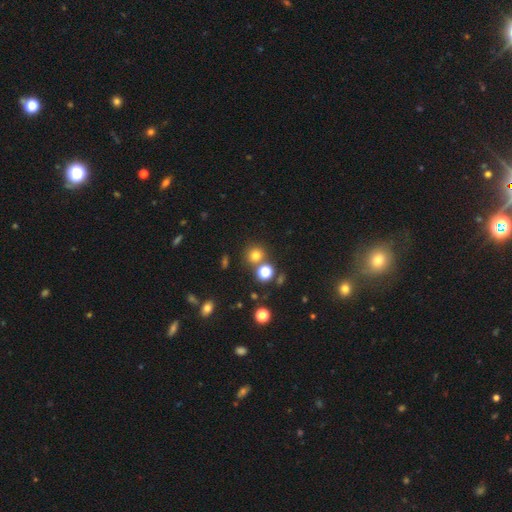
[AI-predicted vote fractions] Overall: smooth (74%). How rounded: round (89%). Merging: none (75%).